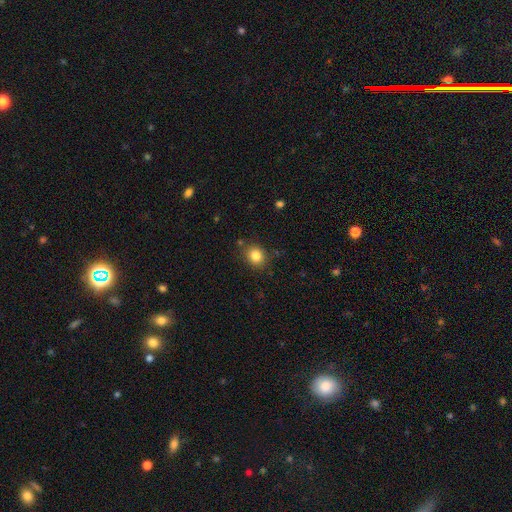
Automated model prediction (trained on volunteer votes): smooth 83%, star or artifact 11%, featured or disk 6%. Down the decision tree: how rounded — round (70%); merging — none (83%).